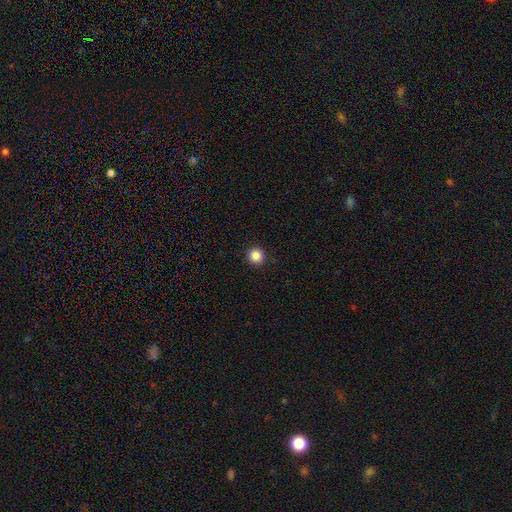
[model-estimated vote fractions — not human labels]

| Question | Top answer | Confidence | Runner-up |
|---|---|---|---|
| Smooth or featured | smooth | 86% | star or artifact (11%) |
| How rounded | round | 95% | in between (4%) |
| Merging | none | 93% | minor disturbance (5%) |